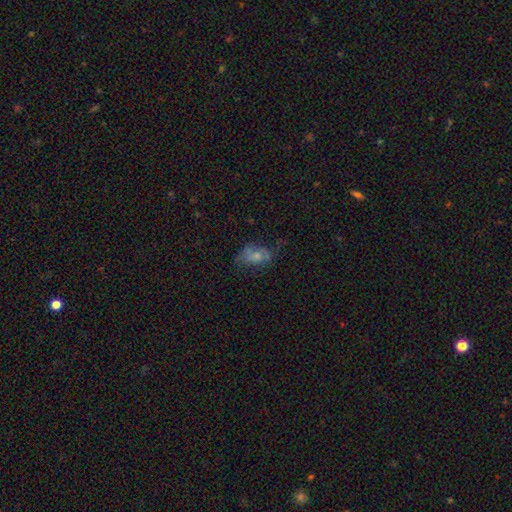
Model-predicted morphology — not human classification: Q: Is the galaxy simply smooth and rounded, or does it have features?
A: smooth — 60%.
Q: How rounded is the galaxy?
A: in between — 83%.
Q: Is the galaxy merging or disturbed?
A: none — 46%.